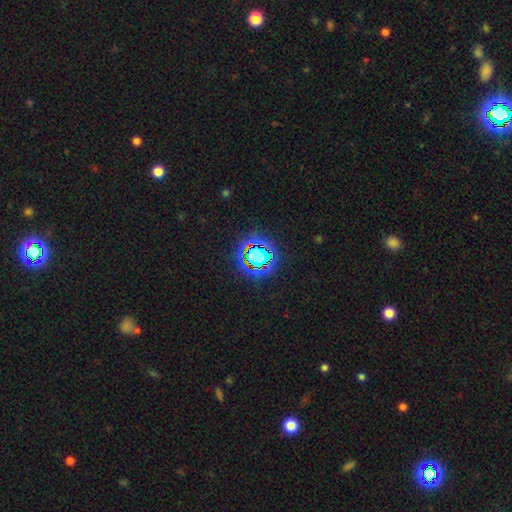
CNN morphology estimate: A star or artifact, not a galaxy (67%).

Vote fractions:
- Smooth or featured? star or artifact: 67% / smooth: 20% / featured or disk: 13%